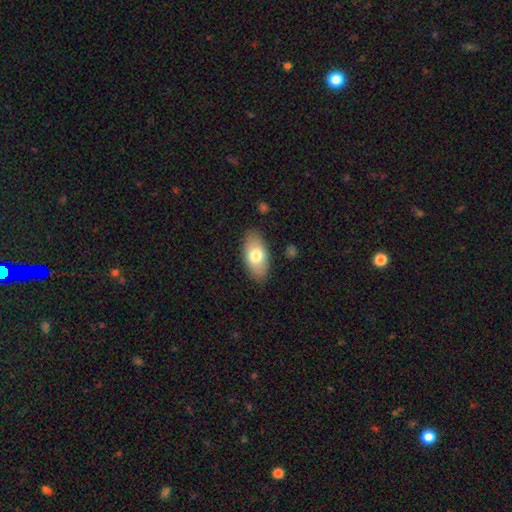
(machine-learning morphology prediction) A smooth galaxy with no disk features (73%) that is in between round and cigar-shaped (92%).

Vote fractions:
- Smooth or featured? smooth: 73% / featured or disk: 21% / star or artifact: 6%
- How rounded? in between: 92% / cigar-shaped: 4% / round: 4%
- Merging? none: 85% / minor disturbance: 11% / major disturbance: 3% / merger: 1%